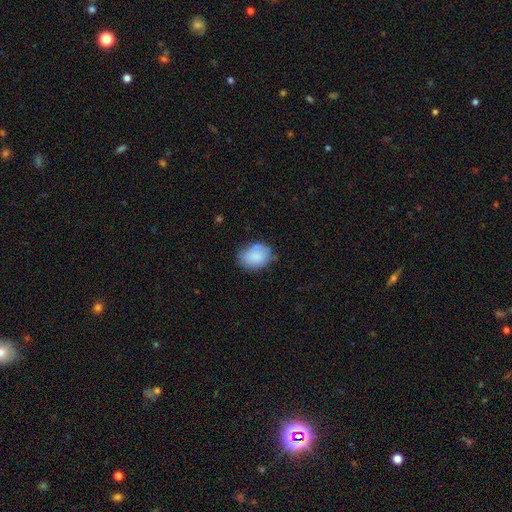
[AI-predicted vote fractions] Morphology: type=smooth (84%); roundness=in between (71%); merging=none (69%).